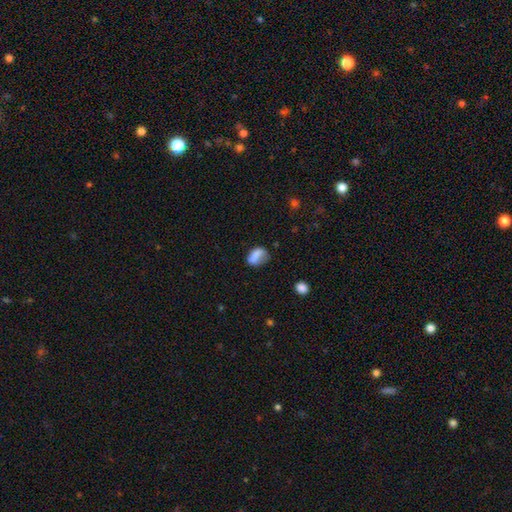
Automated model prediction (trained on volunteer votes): Morphology: type=smooth (76%); roundness=in between (79%); merging=none (47%).